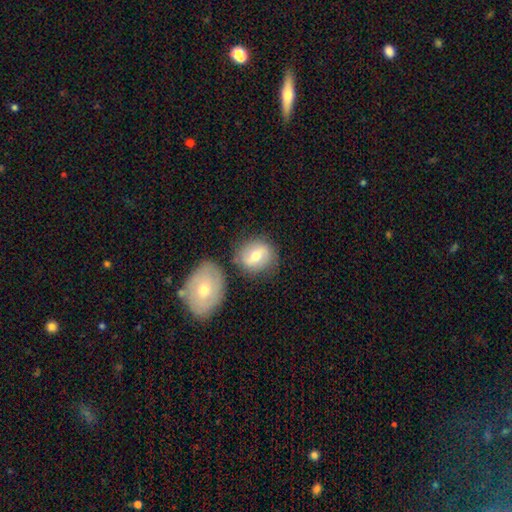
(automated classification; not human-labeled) Smooth or featured?
  - smooth: 50% *
  - featured or disk: 44%
  - star or artifact: 7%
Merging?
  - none: 71% *
  - minor disturbance: 14%
  - merger: 12%
  - major disturbance: 4%